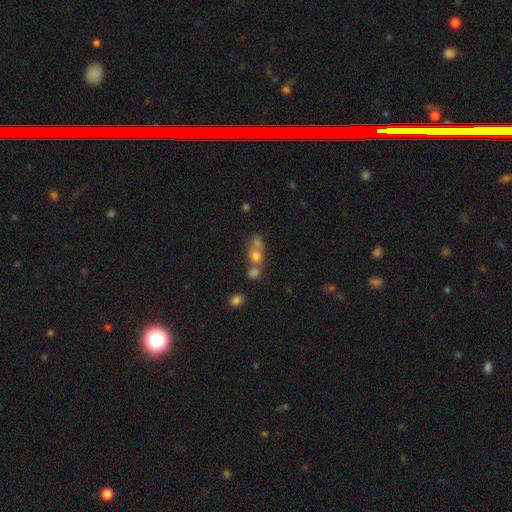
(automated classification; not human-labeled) smooth 58%, featured or disk 22%, star or artifact 20%. Down the decision tree: how rounded — round (64%); merging — merger (55%).